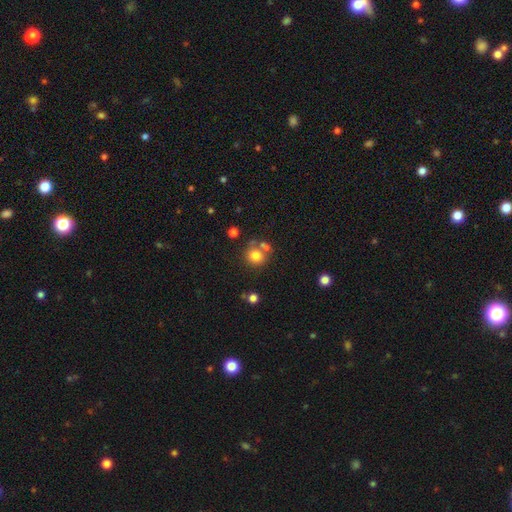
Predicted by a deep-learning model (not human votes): A smooth galaxy with no disk features (78%) that is round (87%). Merging: none (60%).